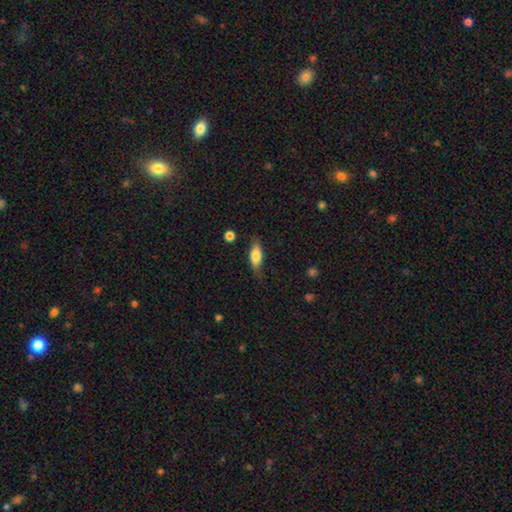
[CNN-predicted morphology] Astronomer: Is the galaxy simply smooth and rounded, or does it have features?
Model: smooth — 75%.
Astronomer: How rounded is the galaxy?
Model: in between — 74%.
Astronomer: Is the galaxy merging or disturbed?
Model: none — 71%.